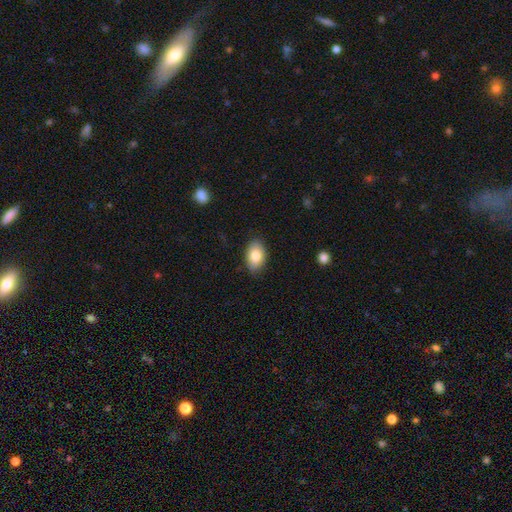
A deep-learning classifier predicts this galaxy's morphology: type=smooth (83%); roundness=in between (90%); merging=none (86%).